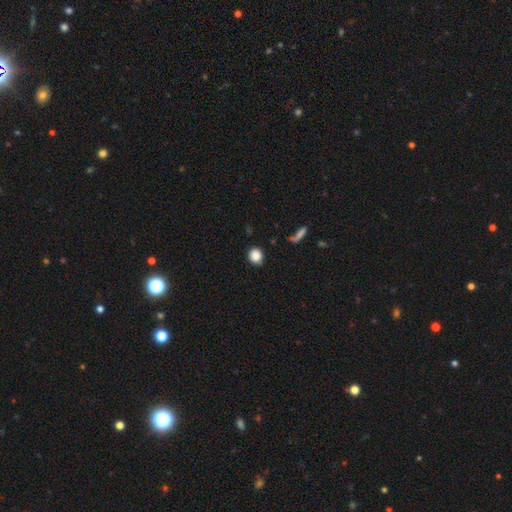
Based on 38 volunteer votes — Q: Smooth or featured?
A: smooth (92%); runner-up: star or artifact (5%)
Q: How rounded?
A: round (89%); runner-up: in between (9%)
Q: Merging?
A: none (81%); runner-up: minor disturbance (14%)